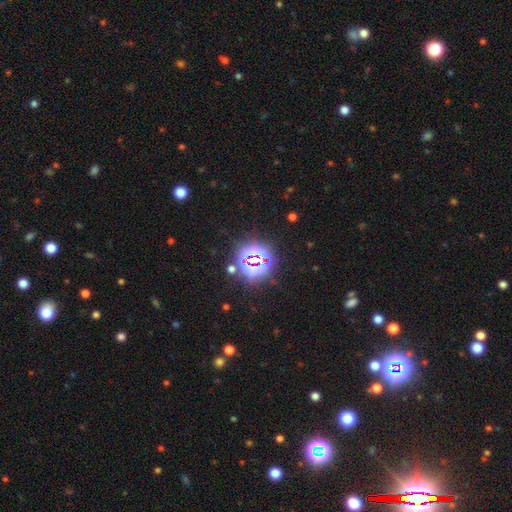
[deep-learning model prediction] Smooth or featured: star or artifact — 78% (smooth — 14%)